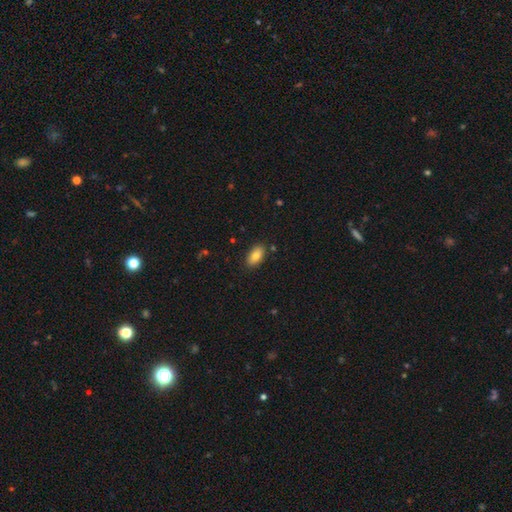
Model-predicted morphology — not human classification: Smooth or featured? Predicted: smooth (p=0.81). How rounded? Predicted: in between (p=0.91). Merging? Predicted: none (p=0.86).